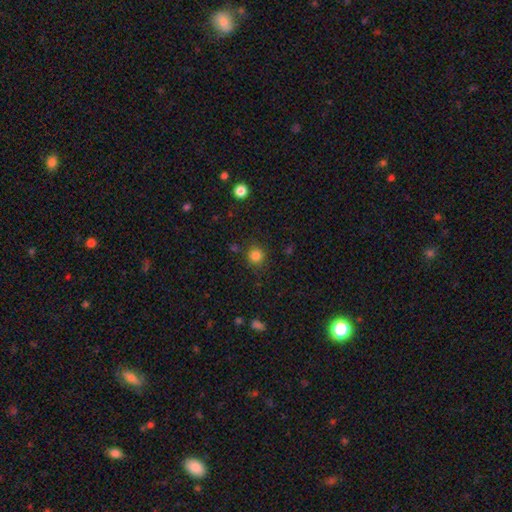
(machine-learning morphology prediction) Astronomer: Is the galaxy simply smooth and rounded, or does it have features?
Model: smooth — 83%.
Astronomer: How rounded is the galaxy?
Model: round — 91%.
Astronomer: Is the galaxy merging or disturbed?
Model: none — 86%.